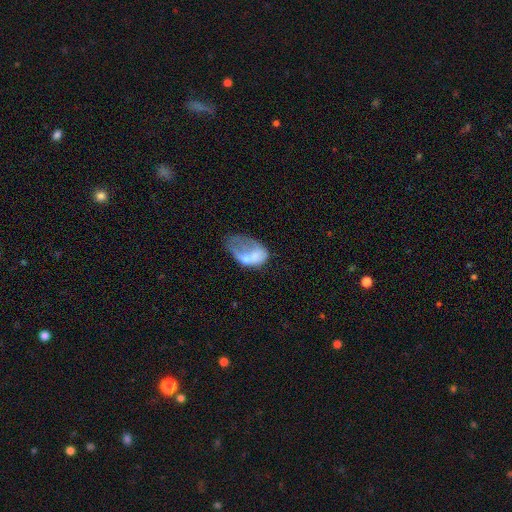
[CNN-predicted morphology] Smooth or featured?
  - smooth: 49% *
  - featured or disk: 41%
  - star or artifact: 9%
Merging?
  - major disturbance: 47% *
  - merger: 20%
  - minor disturbance: 17%
  - none: 16%